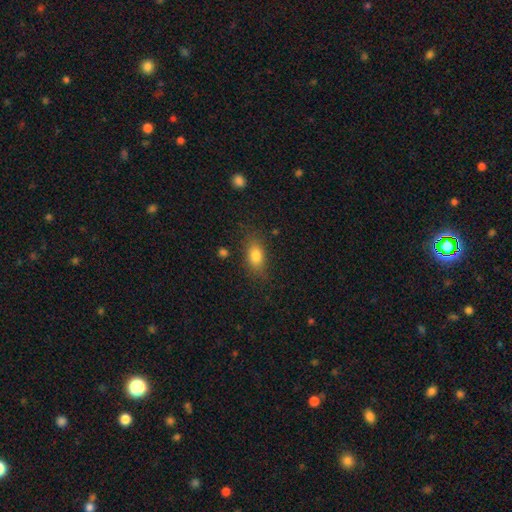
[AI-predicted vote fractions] smooth 81%, featured or disk 10%, star or artifact 9%. Down the decision tree: how rounded — in between (82%); merging — none (77%).